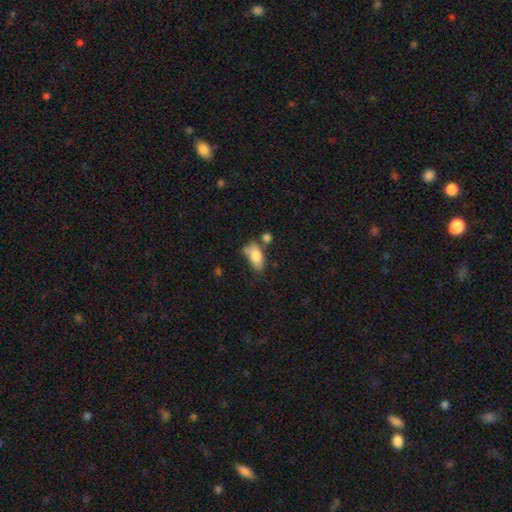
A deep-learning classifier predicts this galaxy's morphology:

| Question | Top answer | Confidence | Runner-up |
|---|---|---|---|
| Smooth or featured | smooth | 76% | featured or disk (16%) |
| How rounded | in between | 88% | cigar-shaped (6%) |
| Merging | none | 36% | minor disturbance (26%) |